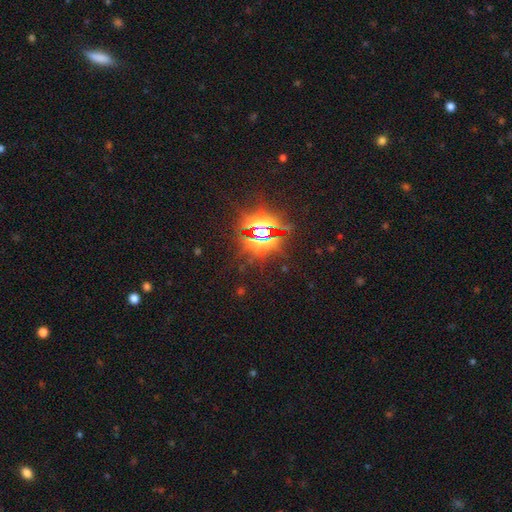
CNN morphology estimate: This is clearly a star or artifact rather than a galaxy (86%).